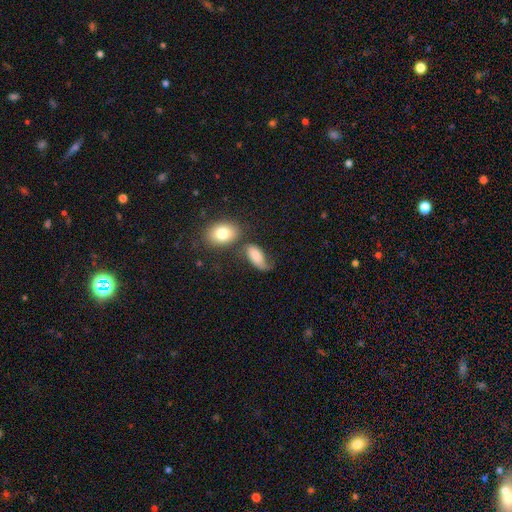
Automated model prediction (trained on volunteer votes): The model was most divided on "merging": none: 37%, minor disturbance: 25%, major disturbance: 19%, merger: 19%. More confident: how rounded — in between (89%); smooth or featured — smooth (75%).